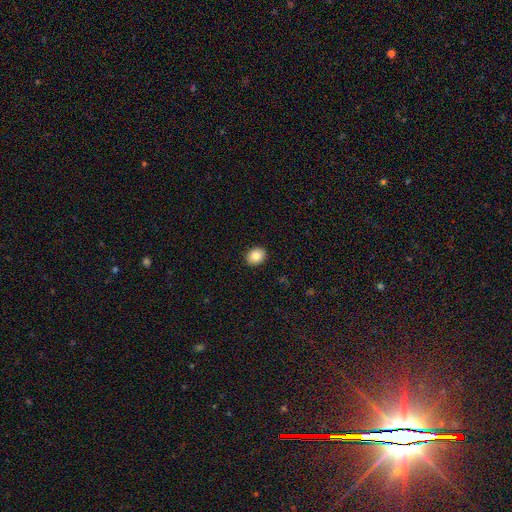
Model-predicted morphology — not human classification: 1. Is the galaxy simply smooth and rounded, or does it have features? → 84% smooth, 8% star or artifact, 8% featured or disk.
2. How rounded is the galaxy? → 52% round, 47% in between, 1% cigar-shaped.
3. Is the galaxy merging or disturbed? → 91% none, 6% minor disturbance, 2% major disturbance, 1% merger.